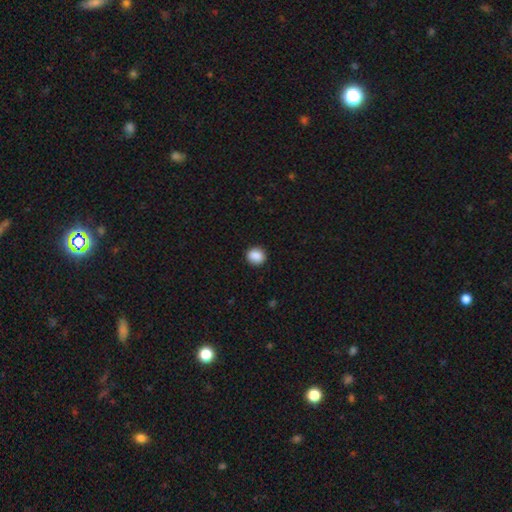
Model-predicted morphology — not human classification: smooth 89%, star or artifact 8%, featured or disk 3%. Down the decision tree: how rounded — round (77%); merging — none (90%).